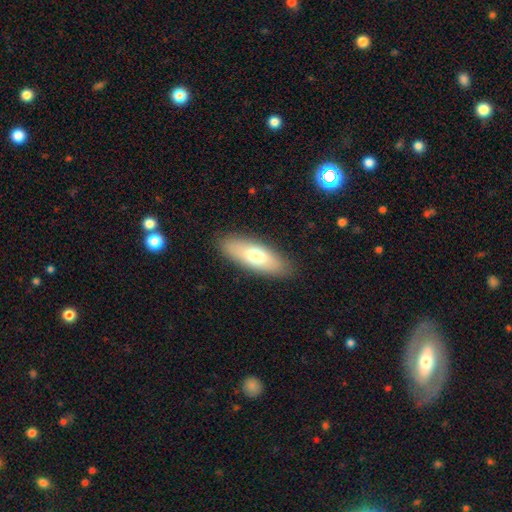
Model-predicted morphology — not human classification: smooth 68%, featured or disk 25%, star or artifact 7%. Down the decision tree: how rounded — in between (70%); merging — none (87%).